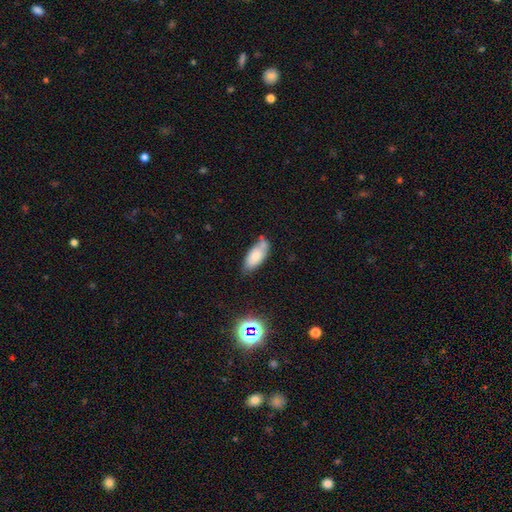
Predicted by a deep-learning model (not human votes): Smooth or featured: smooth — 75% (featured or disk — 16%)
How rounded: in between — 86% (cigar-shaped — 12%)
Merging: none — 53% (minor disturbance — 28%)